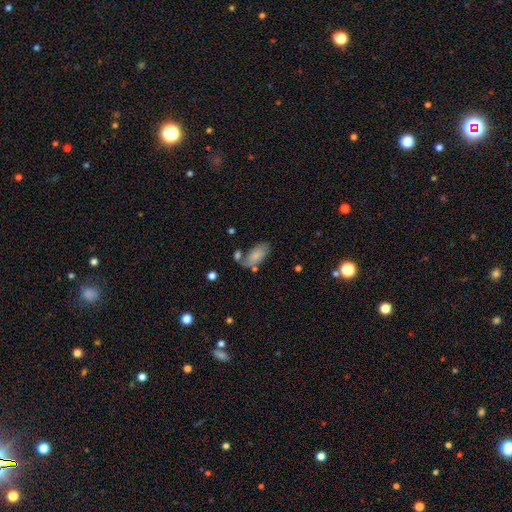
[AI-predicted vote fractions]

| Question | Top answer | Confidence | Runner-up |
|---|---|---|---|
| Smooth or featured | smooth | 77% | featured or disk (16%) |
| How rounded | in between | 92% | cigar-shaped (5%) |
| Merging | none | 52% | minor disturbance (22%) |